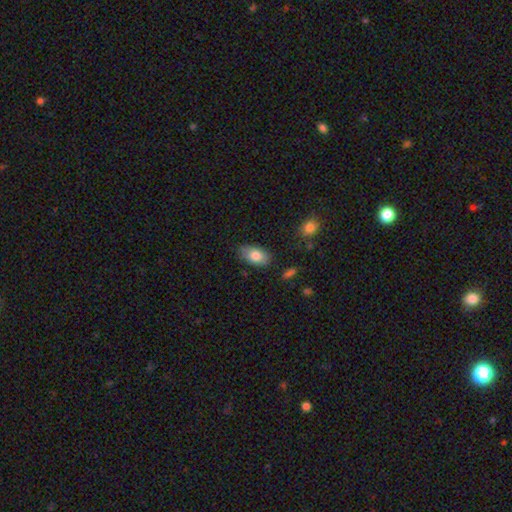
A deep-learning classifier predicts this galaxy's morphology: This is clearly a smooth galaxy (80%). How rounded: clearly in between (92%). Merging: likely none (79%).